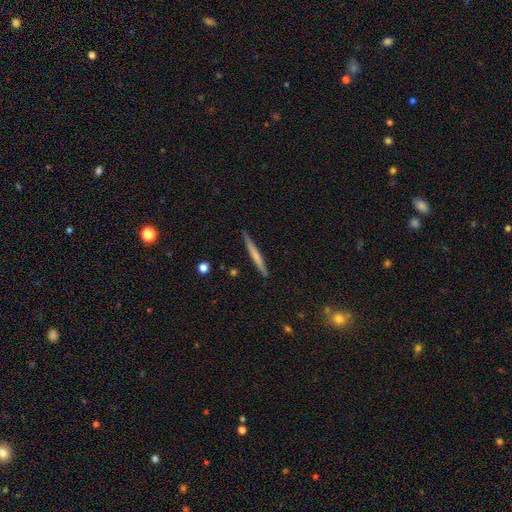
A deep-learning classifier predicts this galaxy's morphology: This is possibly a smooth galaxy (59%). How rounded: clearly cigar-shaped (97%). Merging: clearly none (90%).